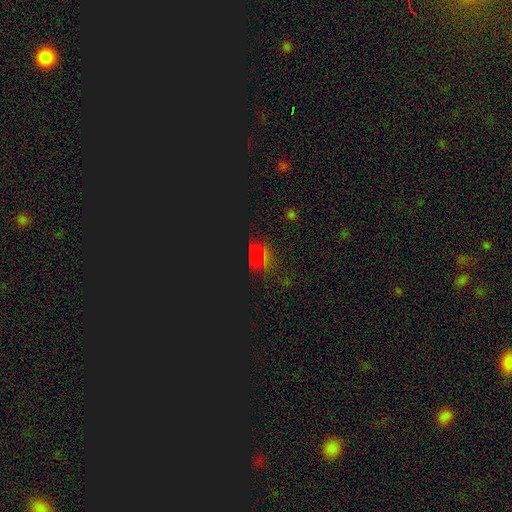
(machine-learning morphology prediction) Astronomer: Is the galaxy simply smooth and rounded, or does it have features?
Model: star or artifact — 67%.